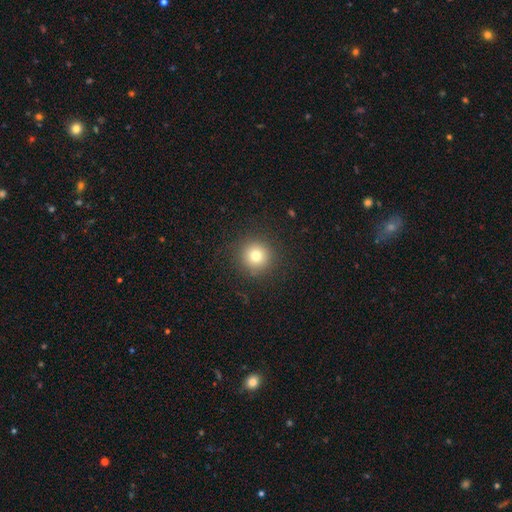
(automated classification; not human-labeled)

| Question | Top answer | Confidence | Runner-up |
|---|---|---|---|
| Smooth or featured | smooth | 77% | star or artifact (13%) |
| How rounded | round | 95% | in between (4%) |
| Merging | none | 90% | minor disturbance (6%) |